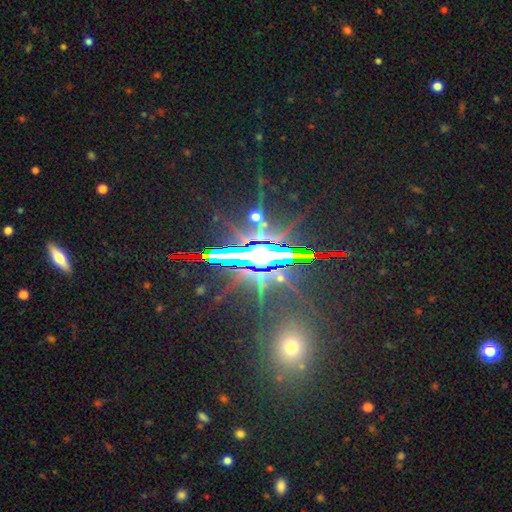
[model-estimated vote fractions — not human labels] A star or artifact, not a galaxy (74%).